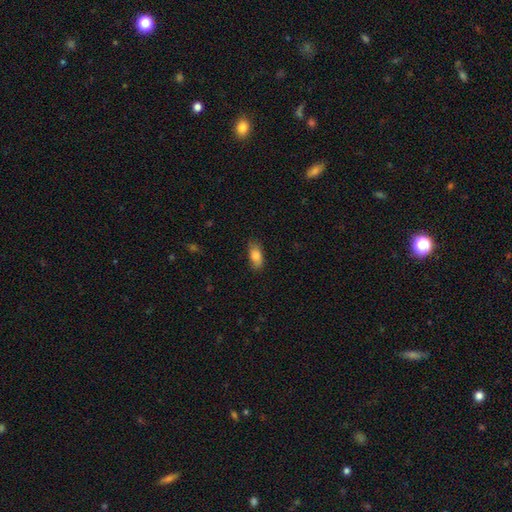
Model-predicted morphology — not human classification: This is clearly a smooth galaxy (83%). How rounded: clearly in between (86%). Merging: likely none (78%).